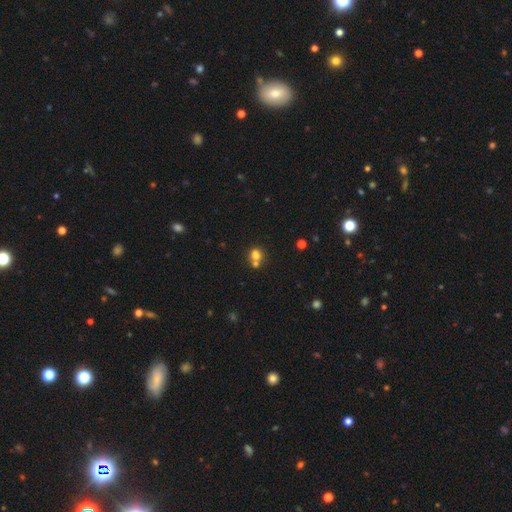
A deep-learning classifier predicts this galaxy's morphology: Smooth or featured: smooth — 73% (star or artifact — 16%)
How rounded: round — 78% (in between — 21%)
Merging: none — 45% (merger — 44%)